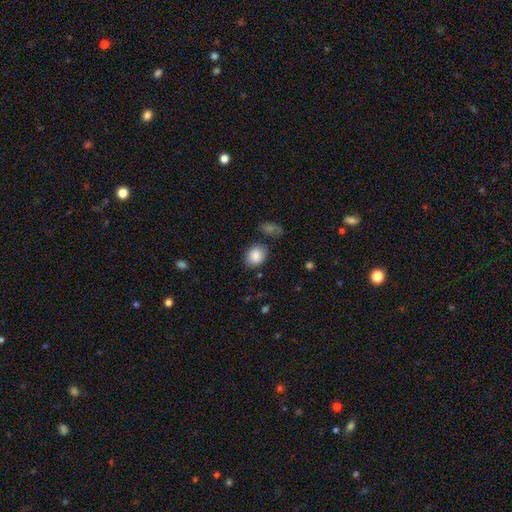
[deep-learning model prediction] Q: Smooth or featured?
A: smooth (87%); runner-up: star or artifact (8%)
Q: How rounded?
A: in between (51%); runner-up: round (48%)
Q: Merging?
A: none (75%); runner-up: minor disturbance (15%)